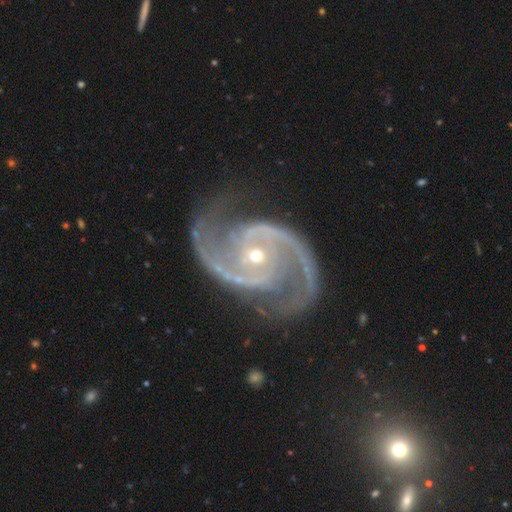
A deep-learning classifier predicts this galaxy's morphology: The model was most divided on "bulge size": small: 61%, moderate: 36%, large: 1%, none: 1%, dominant: 1%. More confident: spiral arms — yes (99%); edge-on disk — no (98%); smooth or featured — featured or disk (94%); spiral arm count — 2 (88%); merging — none (73%); spiral winding — medium (61%); bar — no (59%).